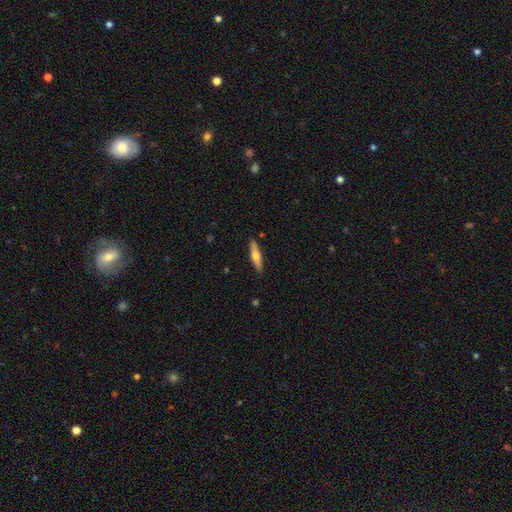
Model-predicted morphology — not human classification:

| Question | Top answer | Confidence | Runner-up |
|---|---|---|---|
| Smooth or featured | smooth | 48% | featured or disk (47%) |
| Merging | none | 88% | minor disturbance (9%) |